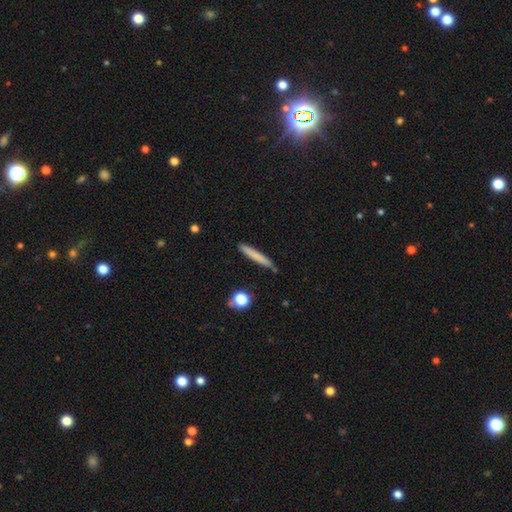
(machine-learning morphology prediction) smooth 73%, featured or disk 20%, star or artifact 7%. Down the decision tree: how rounded — cigar-shaped (95%); merging — none (87%).